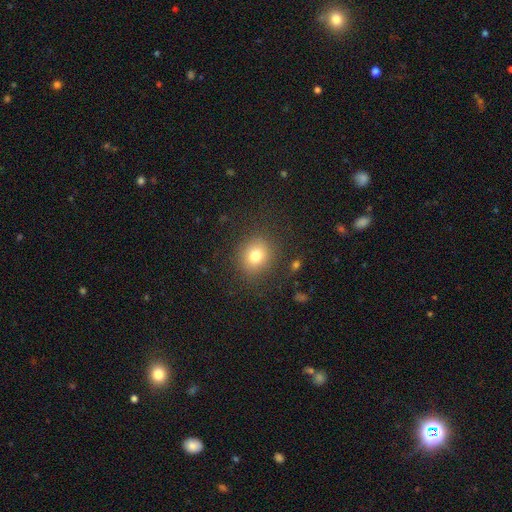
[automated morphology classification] type=smooth (78%); roundness=round (76%); merging=none (85%).